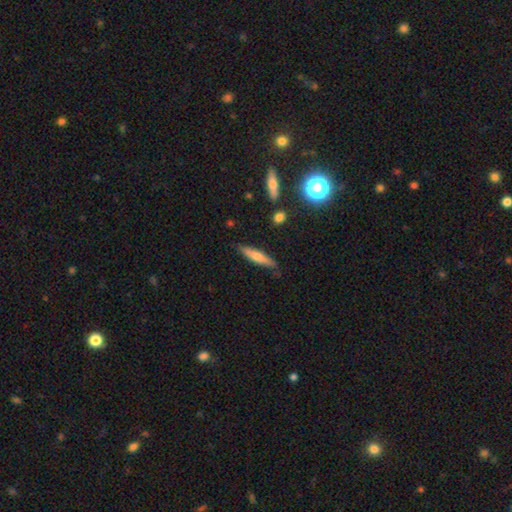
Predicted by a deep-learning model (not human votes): A smooth galaxy with no disk features (53%) that is cigar-shaped (86%). Merging: none (83%).